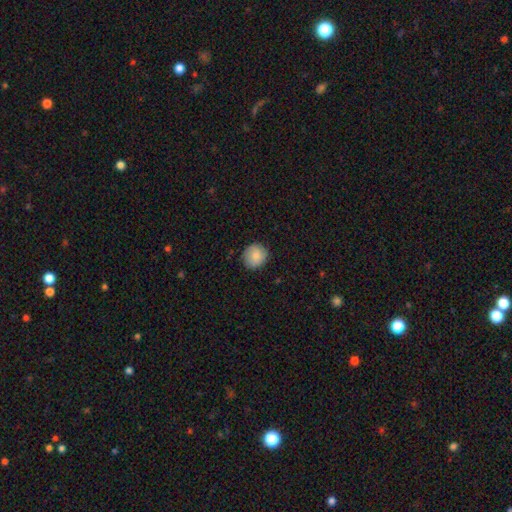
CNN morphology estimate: This appears to be a smooth galaxy with no disk features (86%) that is round (87%). Merging: none (86%).